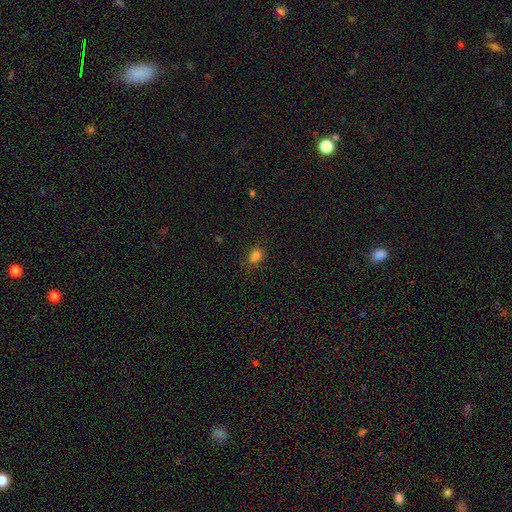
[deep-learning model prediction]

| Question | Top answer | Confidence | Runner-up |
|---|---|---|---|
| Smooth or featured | smooth | 73% | star or artifact (18%) |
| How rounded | round | 54% | in between (44%) |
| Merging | none | 62% | minor disturbance (18%) |